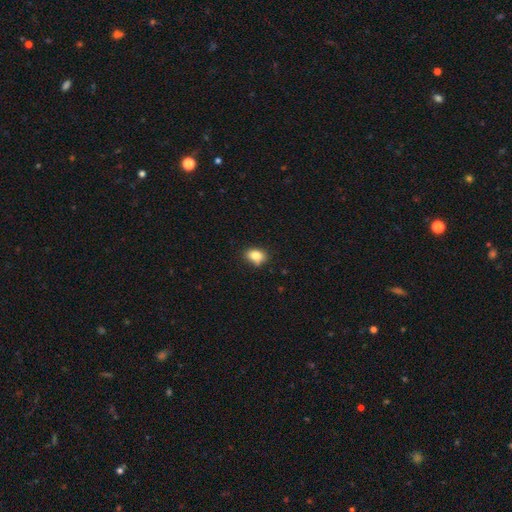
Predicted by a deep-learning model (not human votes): smooth-or-featured: smooth: 83% | star or artifact: 10% | featured or disk: 7%
  how-rounded: in between: 63% | round: 36% | cigar-shaped: 1%
  merging: none: 75% | minor disturbance: 19% | major disturbance: 3% | merger: 3%